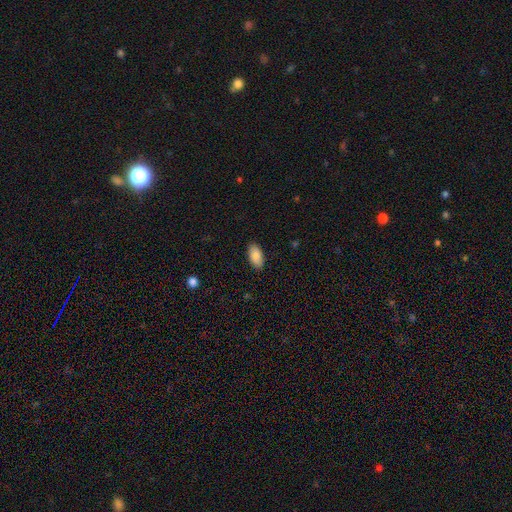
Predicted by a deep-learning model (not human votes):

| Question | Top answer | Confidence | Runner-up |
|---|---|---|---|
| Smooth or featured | smooth | 89% | star or artifact (6%) |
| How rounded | in between | 94% | cigar-shaped (3%) |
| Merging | none | 88% | minor disturbance (9%) |